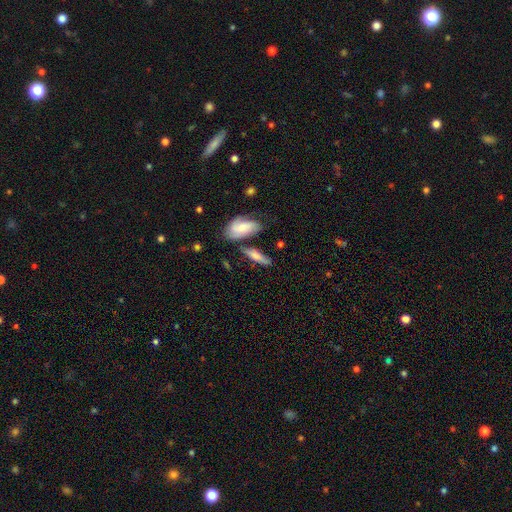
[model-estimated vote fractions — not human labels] This appears to be a smooth galaxy with no disk features (60%) that is cigar-shaped (51%). Merging: none (61%).